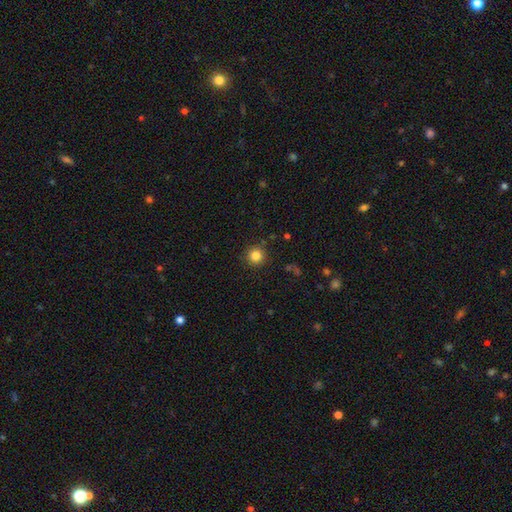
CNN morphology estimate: Smooth or featured? smooth (83%)
How rounded? round (95%)
Merging? none (90%)